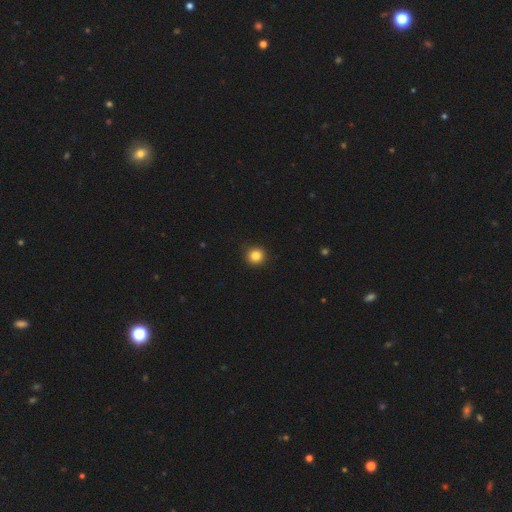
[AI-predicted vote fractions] Morphology: type=smooth (84%); roundness=round (94%); merging=none (92%).